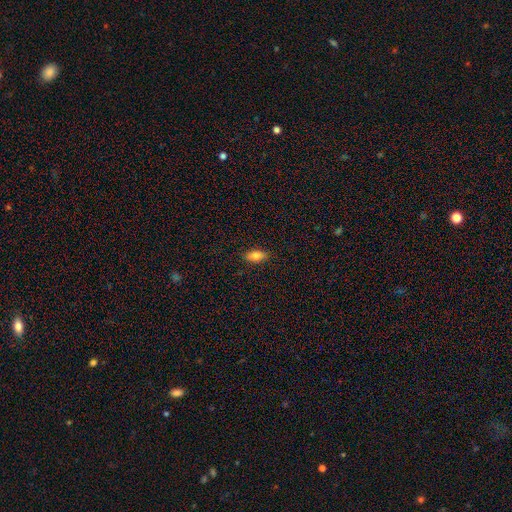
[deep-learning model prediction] smooth 83%, featured or disk 9%, star or artifact 8%. Down the decision tree: how rounded — in between (86%); merging — none (87%).